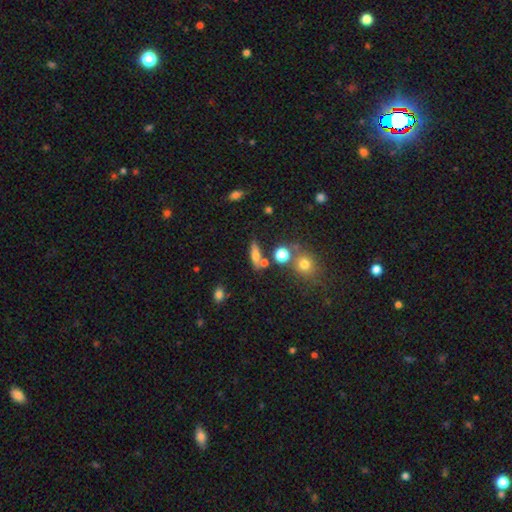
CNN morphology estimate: Overall: smooth (61%; featured or disk 25%). How rounded: cigar-shaped (45%; in between 42%). Merging: none (63%).